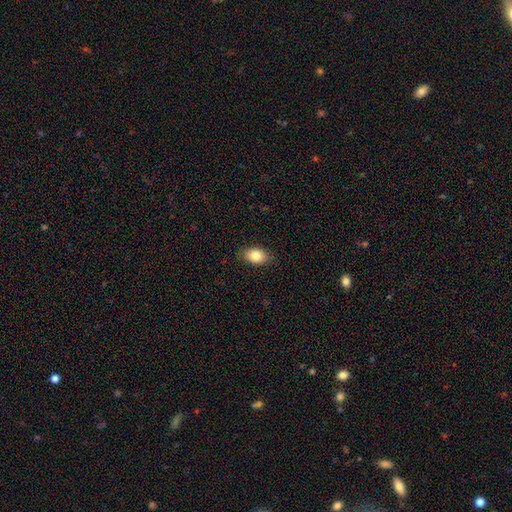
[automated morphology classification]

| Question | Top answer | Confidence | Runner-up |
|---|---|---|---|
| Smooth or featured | smooth | 84% | featured or disk (9%) |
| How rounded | in between | 89% | round (10%) |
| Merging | none | 86% | minor disturbance (11%) |